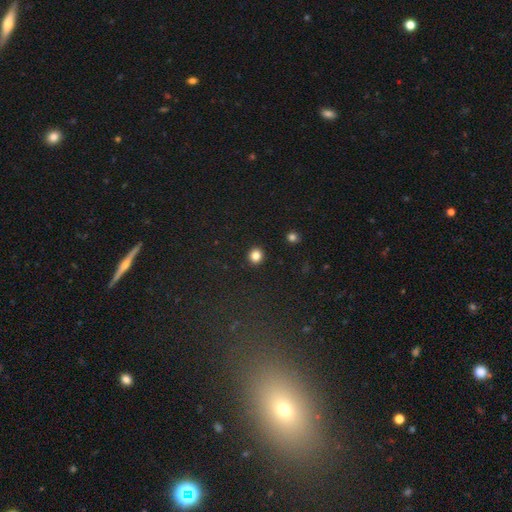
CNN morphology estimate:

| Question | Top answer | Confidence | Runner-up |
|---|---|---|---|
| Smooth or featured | smooth | 84% | star or artifact (12%) |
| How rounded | round | 87% | in between (12%) |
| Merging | none | 92% | minor disturbance (5%) |